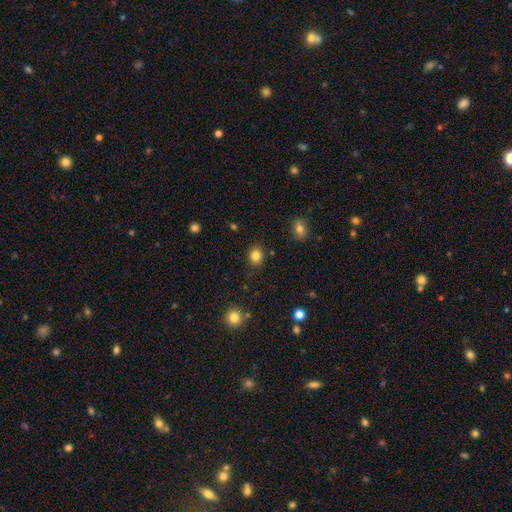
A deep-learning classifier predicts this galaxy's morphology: type=smooth (84%); roundness=round (72%); merging=none (87%).